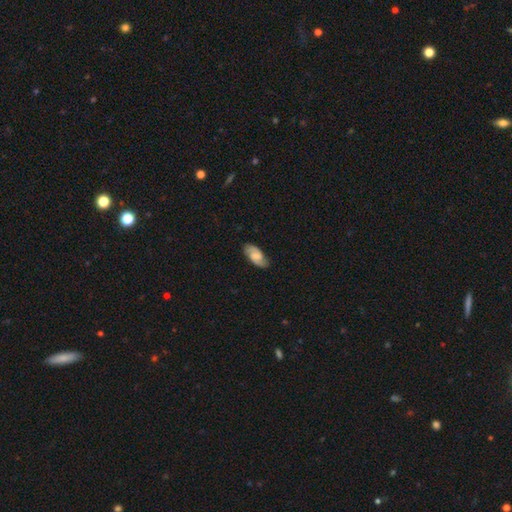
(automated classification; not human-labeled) Morphology: type=featured or disk (61%); edge-on=no (94%); bar=no (46%); spiral arms=yes (92%); winding=medium (47%); arm count=2 (89%); bulge=none (32%); merging=none (81%).